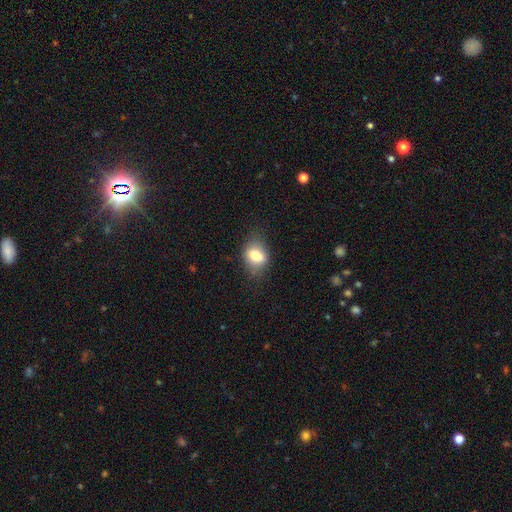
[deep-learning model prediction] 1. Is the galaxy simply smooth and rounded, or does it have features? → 74% smooth, 17% featured or disk, 9% star or artifact.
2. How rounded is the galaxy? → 74% in between, 23% round, 3% cigar-shaped.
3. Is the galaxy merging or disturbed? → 70% none, 21% minor disturbance, 8% major disturbance, 2% merger.